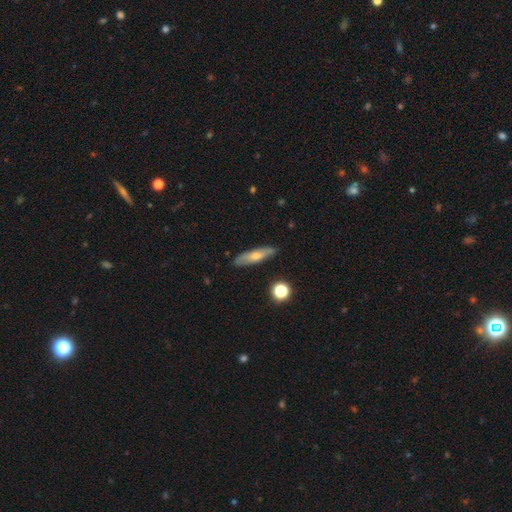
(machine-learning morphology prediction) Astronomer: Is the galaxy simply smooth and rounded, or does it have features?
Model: smooth — 49% (runner-up: featured or disk, 43%).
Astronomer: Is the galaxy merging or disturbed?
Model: none — 85%.